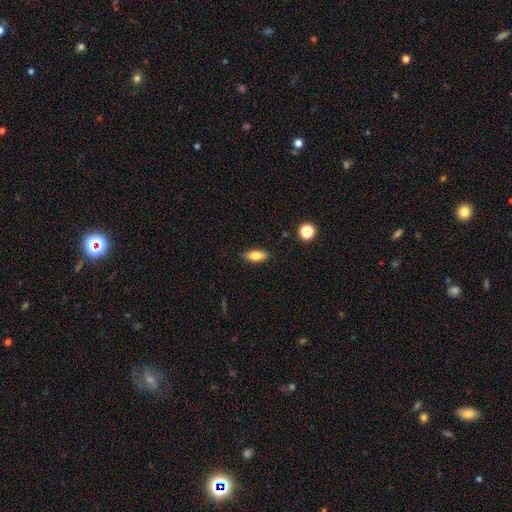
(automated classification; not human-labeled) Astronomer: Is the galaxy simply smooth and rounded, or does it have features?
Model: smooth — 77%.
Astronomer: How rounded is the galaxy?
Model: in between — 75%.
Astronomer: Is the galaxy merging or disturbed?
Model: none — 88%.